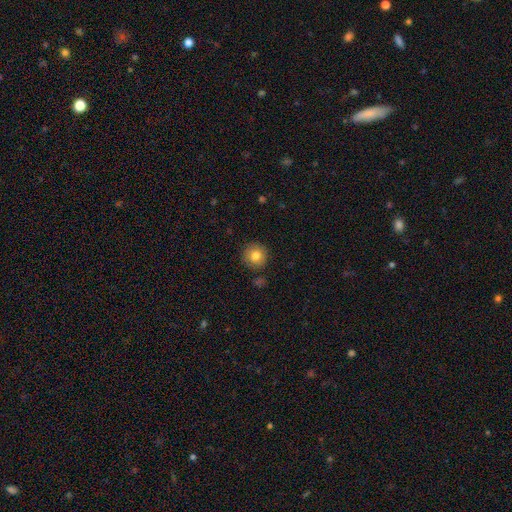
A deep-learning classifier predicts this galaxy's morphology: type=smooth (80%); roundness=round (95%); merging=none (89%).